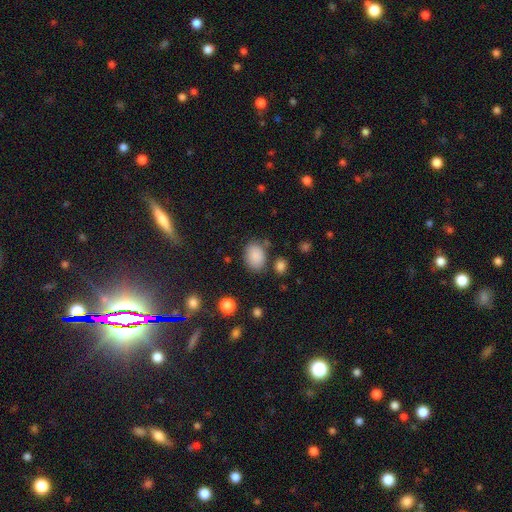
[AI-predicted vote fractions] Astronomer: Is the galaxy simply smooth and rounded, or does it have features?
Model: smooth — 86%.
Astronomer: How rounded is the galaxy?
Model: in between — 74%.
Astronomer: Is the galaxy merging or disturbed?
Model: none — 75%.